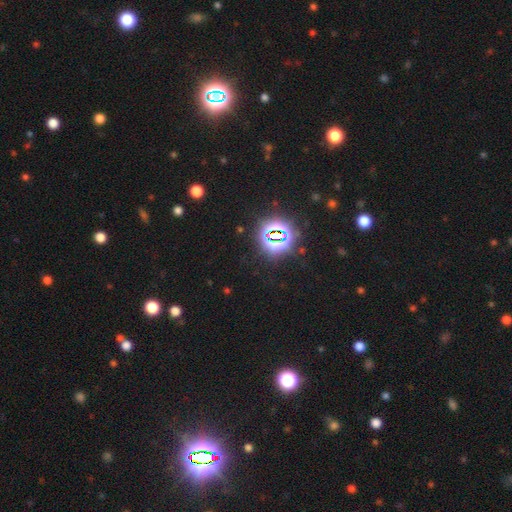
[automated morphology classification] A star or artifact, not a galaxy (81%).

Vote fractions:
- Smooth or featured? star or artifact: 81% / smooth: 13% / featured or disk: 6%